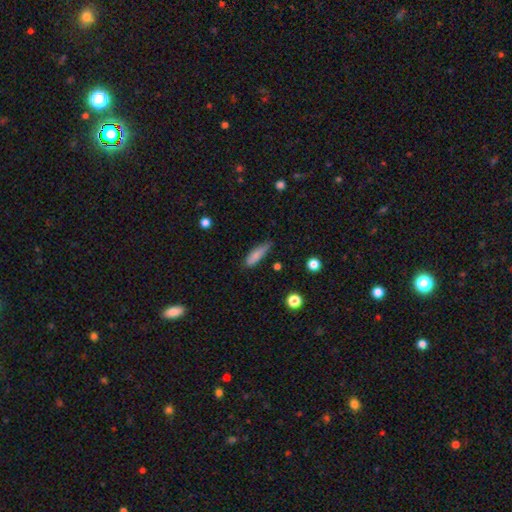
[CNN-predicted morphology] The model was most divided on "how rounded": cigar-shaped: 57%, in between: 41%, round: 2%. More confident: smooth or featured — smooth (79%); merging — none (60%).